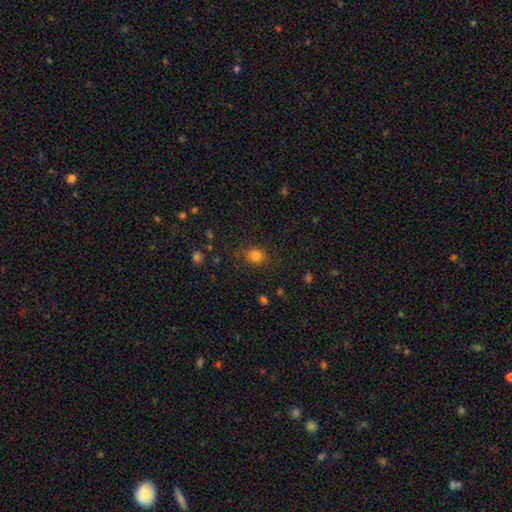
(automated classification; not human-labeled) The model was most divided on "how rounded": round: 67%, in between: 32%, cigar-shaped: 1%. More confident: smooth or featured — smooth (82%); merging — none (82%).